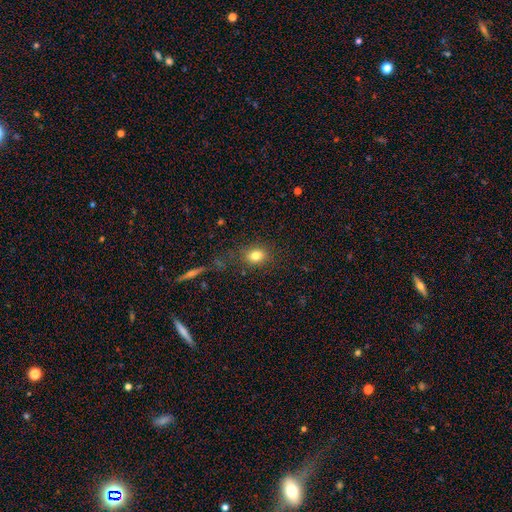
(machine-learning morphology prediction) Q: Smooth or featured?
A: smooth (80%); runner-up: star or artifact (11%)
Q: How rounded?
A: in between (57%); runner-up: round (42%)
Q: Merging?
A: none (80%); runner-up: minor disturbance (12%)